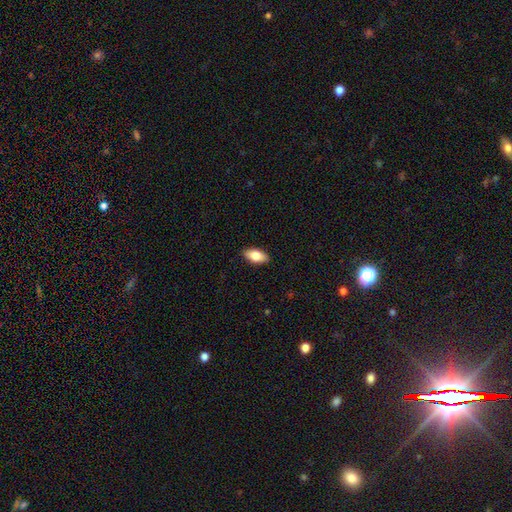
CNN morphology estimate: Smooth or featured? smooth (81%)
How rounded? in between (91%)
Merging? none (89%)